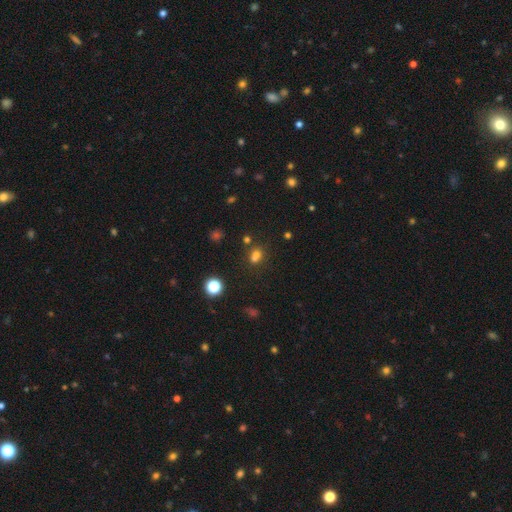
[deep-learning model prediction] smooth_or_featured: smooth (p=0.67) [alt: star or artifact p=0.24]
how_rounded: round (p=0.61) [alt: in between p=0.37]
merging: none (p=0.49) [alt: merger p=0.36]